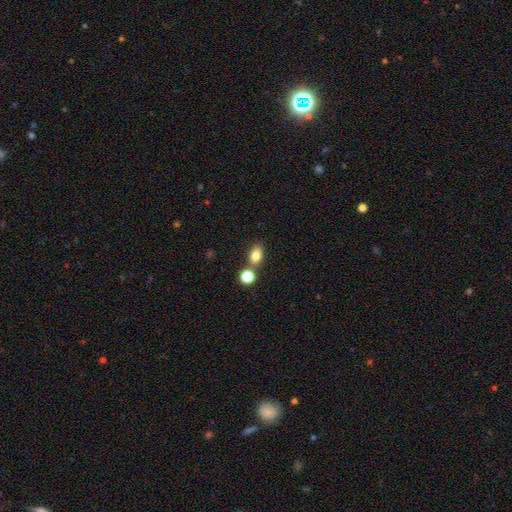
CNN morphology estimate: smooth_or_featured: smooth (p=0.81) [alt: star or artifact p=0.11]
how_rounded: in between (p=0.77) [alt: round p=0.20]
merging: none (p=0.68) [alt: merger p=0.18]